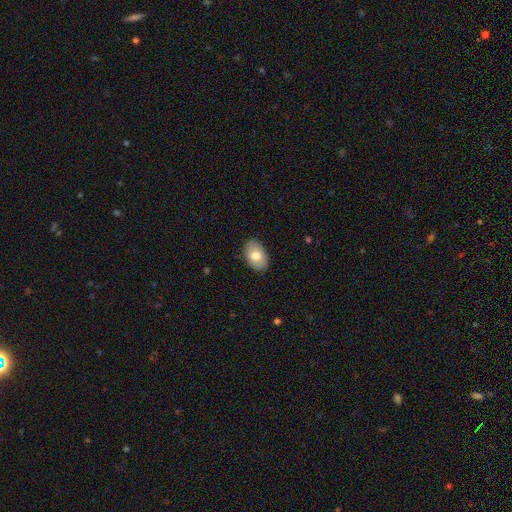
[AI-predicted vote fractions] A smooth galaxy with no disk features (75%) that is in between round and cigar-shaped (88%).

Vote fractions:
- Smooth or featured? smooth: 75% / featured or disk: 18% / star or artifact: 7%
- How rounded? in between: 88% / round: 11% / cigar-shaped: 1%
- Merging? none: 86% / minor disturbance: 11% / major disturbance: 2% / merger: 1%